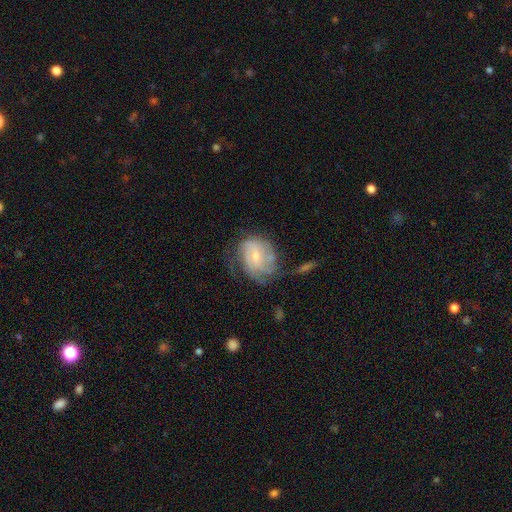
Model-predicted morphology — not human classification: This is likely a featured or disk galaxy (68%). It is clearly not viewed edge-on (97%). Bar: possibly no (47%). Spiral arm pattern: clearly yes (82%). Spiral arm count: marginally can't tell (45%). Spiral winding: possibly tight (50%). Central bulge: likely small (63%). Merging: marginally none (44%).